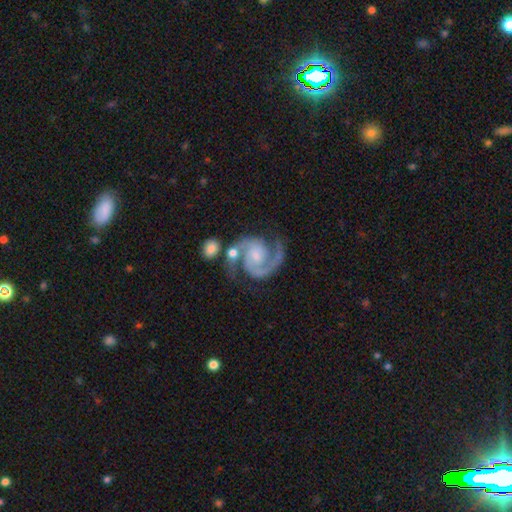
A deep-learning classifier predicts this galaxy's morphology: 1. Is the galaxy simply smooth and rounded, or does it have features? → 92% featured or disk, 4% star or artifact, 4% smooth.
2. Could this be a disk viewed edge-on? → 98% no, 2% yes.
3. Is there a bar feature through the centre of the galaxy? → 60% no, 31% weak, 9% strong.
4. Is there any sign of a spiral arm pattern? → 98% yes, 2% no.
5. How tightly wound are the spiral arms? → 57% medium, 33% tight, 10% loose.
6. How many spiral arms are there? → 93% 2, 2% 1, 2% 3, 2% can't tell, 1% 4, 1% more than 4.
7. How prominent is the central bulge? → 50% small, 29% moderate, 15% none, 4% large, 1% dominant.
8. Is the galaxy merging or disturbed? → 64% none, 16% minor disturbance, 13% merger, 8% major disturbance.